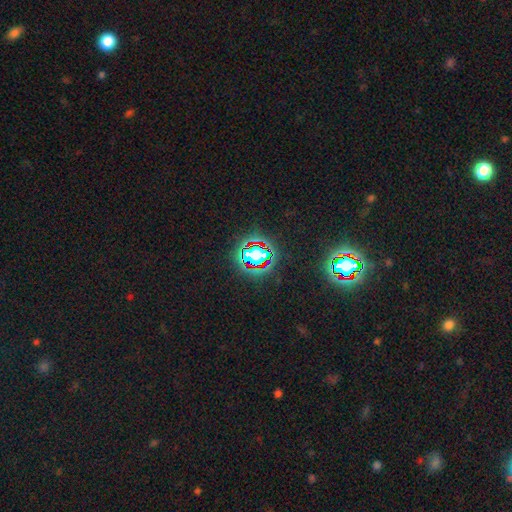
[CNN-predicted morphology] A star or artifact, not a galaxy (81%).

Vote fractions:
- Smooth or featured? star or artifact: 81% / smooth: 12% / featured or disk: 7%